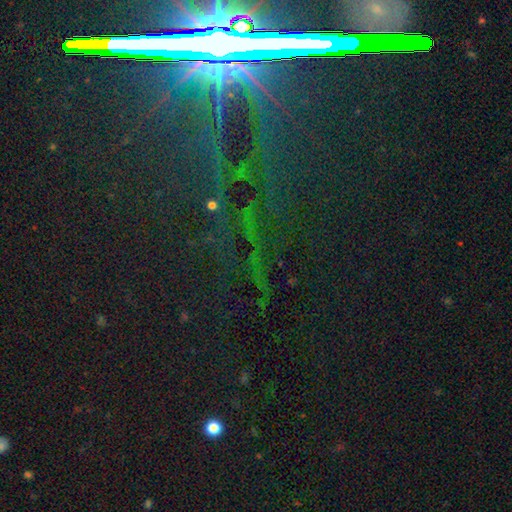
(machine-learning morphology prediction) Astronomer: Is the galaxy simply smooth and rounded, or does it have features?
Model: star or artifact — 78%.